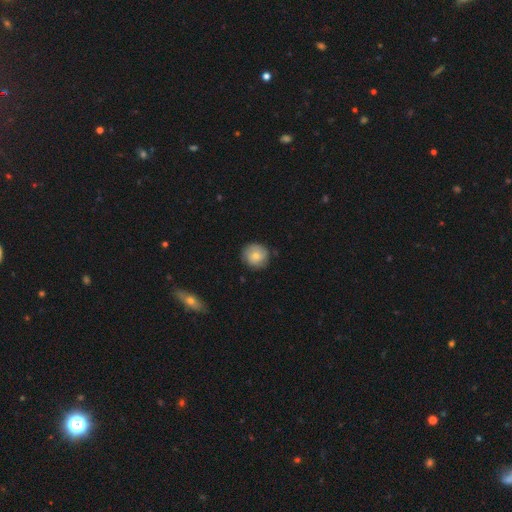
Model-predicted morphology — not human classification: smooth-or-featured: smooth: 64% | featured or disk: 29% | star or artifact: 7%
  how-rounded: round: 90% | in between: 9% | cigar-shaped: 1%
  merging: none: 79% | minor disturbance: 17% | major disturbance: 3% | merger: 1%